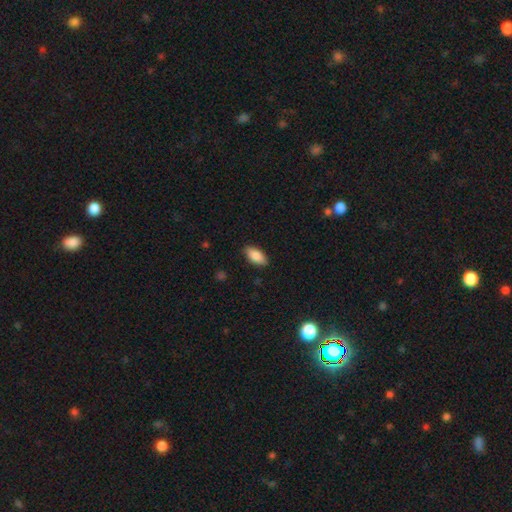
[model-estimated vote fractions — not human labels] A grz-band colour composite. It shows a smooth galaxy with no disk features (86%) that is in between round and cigar-shaped (90%). Merging: none (88%).